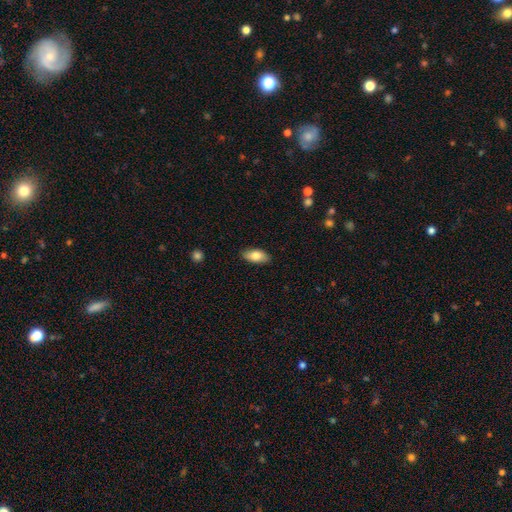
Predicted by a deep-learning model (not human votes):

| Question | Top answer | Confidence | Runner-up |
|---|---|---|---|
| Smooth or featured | smooth | 81% | featured or disk (12%) |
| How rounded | in between | 92% | cigar-shaped (5%) |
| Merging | none | 87% | minor disturbance (10%) |